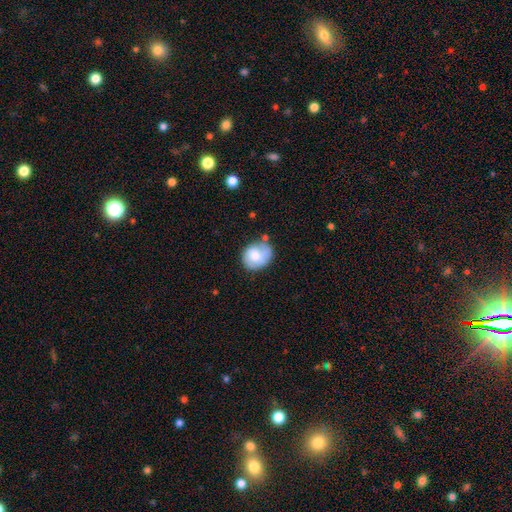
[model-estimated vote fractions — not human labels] This is likely a smooth galaxy (64%). How rounded: possibly round (58%). Merging: possibly none (55%).